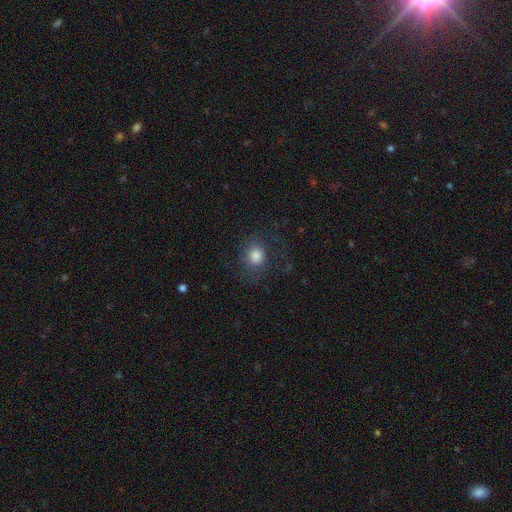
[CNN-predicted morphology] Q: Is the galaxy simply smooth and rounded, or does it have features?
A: smooth — 73%.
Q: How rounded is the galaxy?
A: round — 74%.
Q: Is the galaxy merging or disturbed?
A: none — 65%.